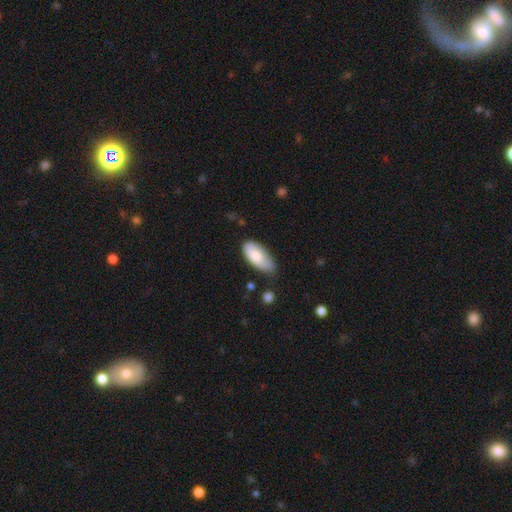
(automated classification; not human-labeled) smooth_or_featured: smooth (p=0.79) [alt: featured or disk p=0.15]
how_rounded: in between (p=0.92) [alt: cigar-shaped p=0.06]
merging: none (p=0.58) [alt: minor disturbance p=0.33]